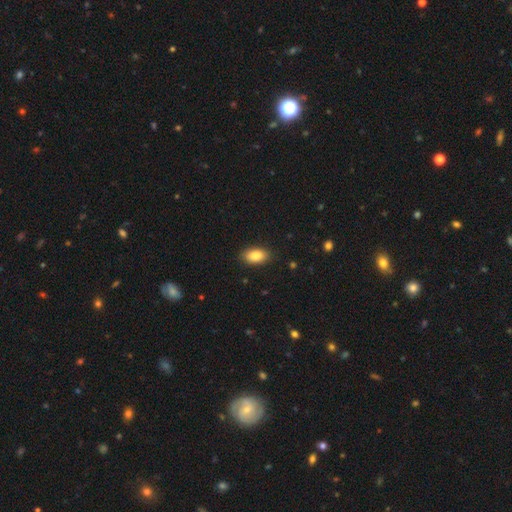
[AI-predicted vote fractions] Smooth or featured: smooth — 88% (star or artifact — 7%)
How rounded: in between — 92% (round — 5%)
Merging: none — 88% (minor disturbance — 9%)